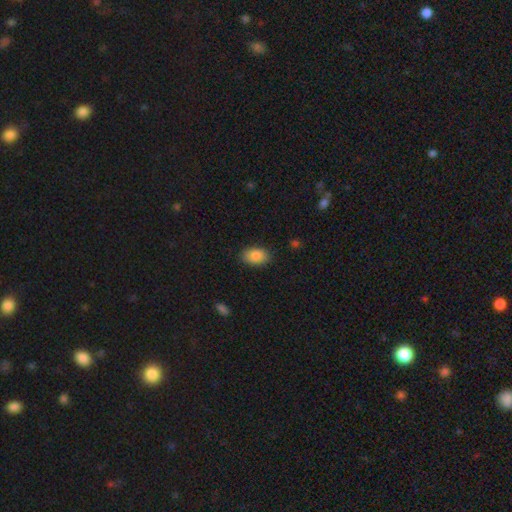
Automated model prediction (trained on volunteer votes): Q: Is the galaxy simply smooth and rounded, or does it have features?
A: smooth — 86%.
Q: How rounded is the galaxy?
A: in between — 89%.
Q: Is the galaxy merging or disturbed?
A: none — 86%.